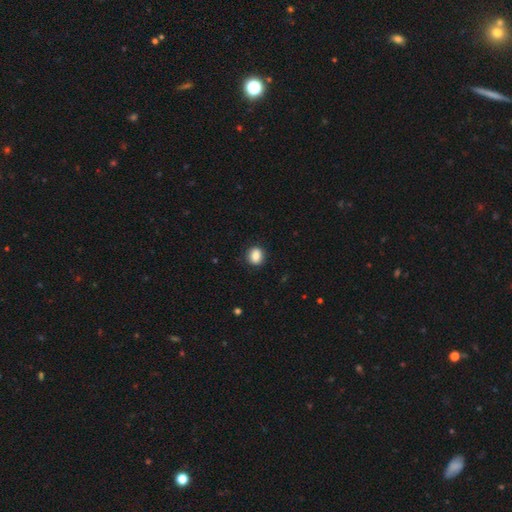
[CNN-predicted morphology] Smooth or featured: smooth — 87% (star or artifact — 9%)
How rounded: round — 61% (in between — 38%)
Merging: none — 87% (minor disturbance — 9%)